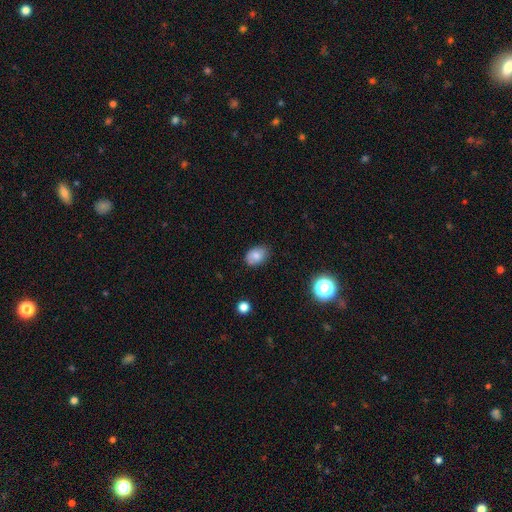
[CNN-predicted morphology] type=smooth (79%); roundness=in between (79%); merging=none (74%).